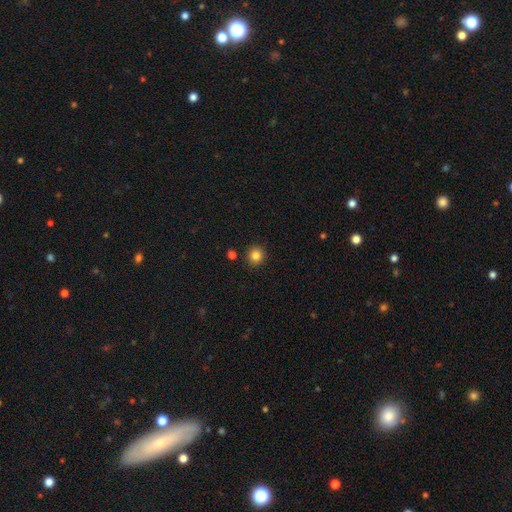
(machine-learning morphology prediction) This is clearly a smooth galaxy (84%). How rounded: clearly round (92%). Merging: clearly none (90%).